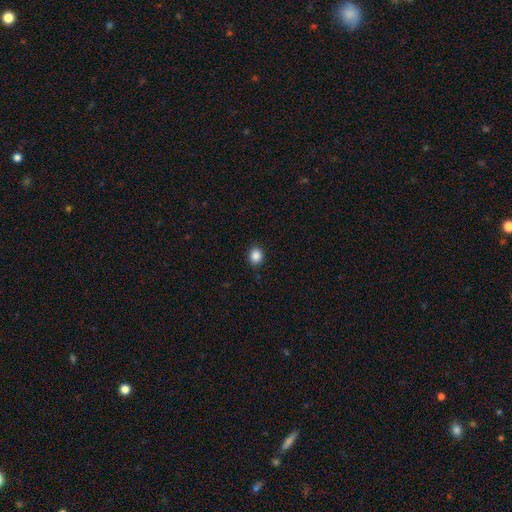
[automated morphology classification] The model was most divided on "how rounded": round: 67%, in between: 32%, cigar-shaped: 1%. More confident: merging — none (89%); smooth or featured — smooth (87%).